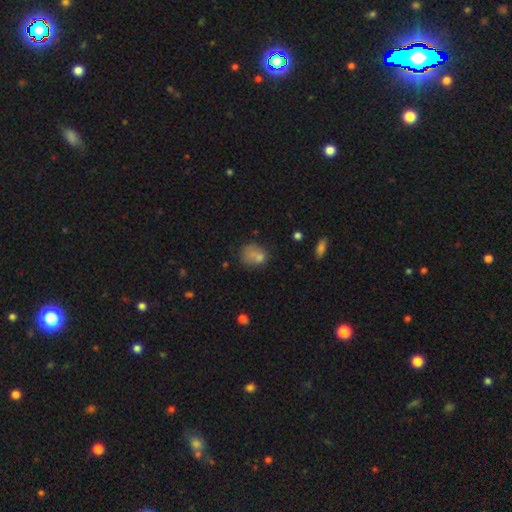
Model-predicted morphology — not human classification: A smooth galaxy with no disk features (68%) that is round (56%).

Vote fractions:
- Smooth or featured? smooth: 68% / featured or disk: 20% / star or artifact: 12%
- How rounded? round: 56% / in between: 43% / cigar-shaped: 1%
- Merging? none: 39% / minor disturbance: 23% / merger: 21% / major disturbance: 18%